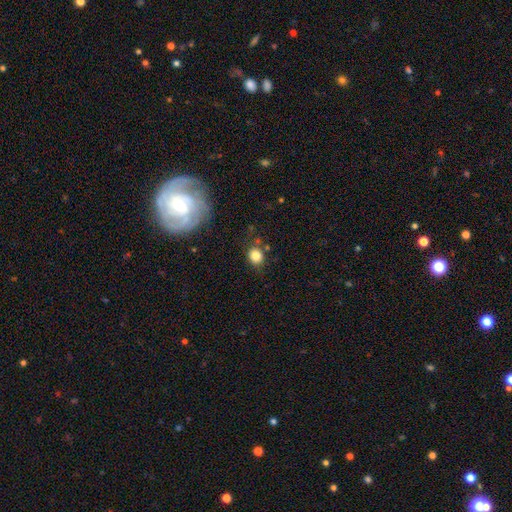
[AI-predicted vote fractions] smooth-or-featured: smooth: 83% | star or artifact: 11% | featured or disk: 6%
  how-rounded: round: 70% | in between: 29% | cigar-shaped: 1%
  merging: none: 77% | minor disturbance: 13% | merger: 6% | major disturbance: 4%